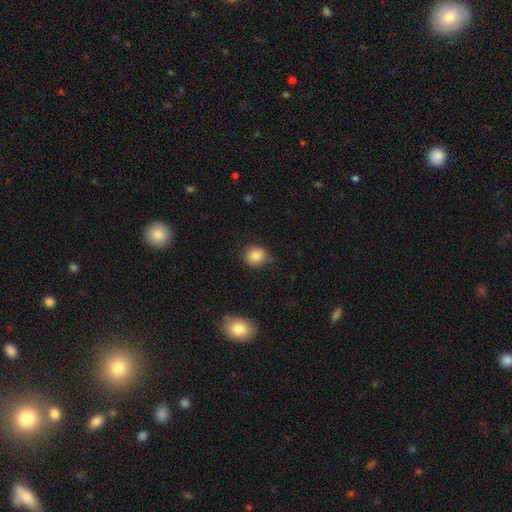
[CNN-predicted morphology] This is clearly a smooth galaxy (84%). How rounded: clearly round (82%). Merging: likely none (71%).